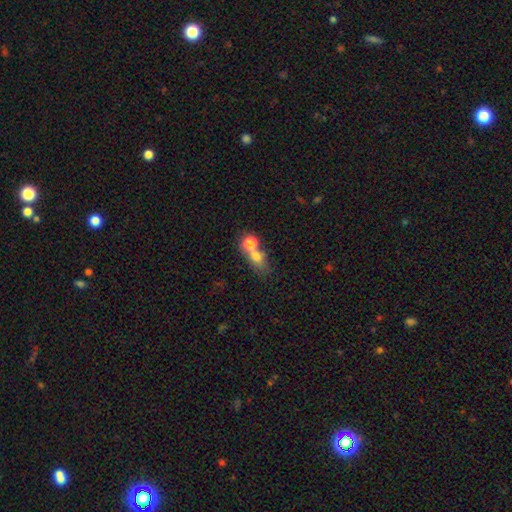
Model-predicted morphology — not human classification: A smooth galaxy with no disk features (68%) that is in between round and cigar-shaped (49%). Merging: merger (47%).